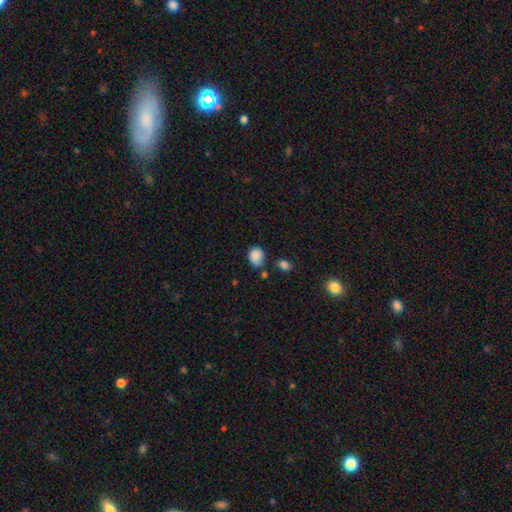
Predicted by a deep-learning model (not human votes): The model was most divided on "how rounded": round: 57%, in between: 42%, cigar-shaped: 1%. More confident: smooth or featured — smooth (84%); merging — none (52%).